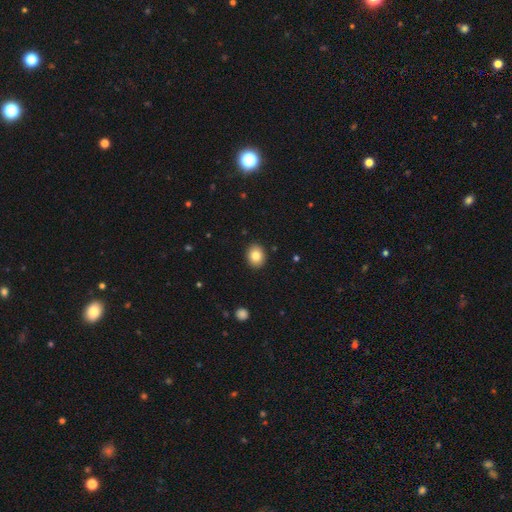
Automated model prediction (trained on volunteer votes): Morphology: type=smooth (82%); roundness=round (55%); merging=none (91%).